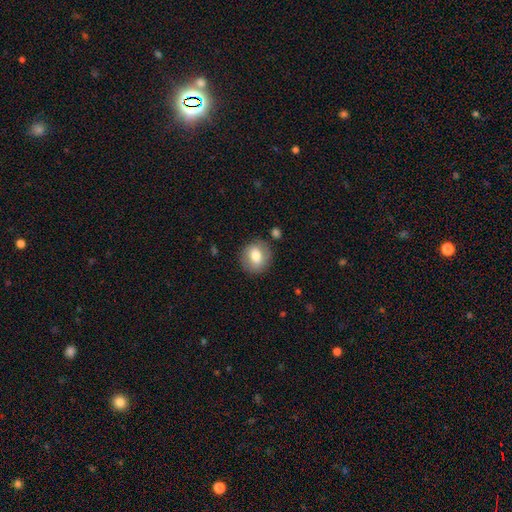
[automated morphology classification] A smooth galaxy with no disk features (71%) that is round (78%). Merging: none (83%).